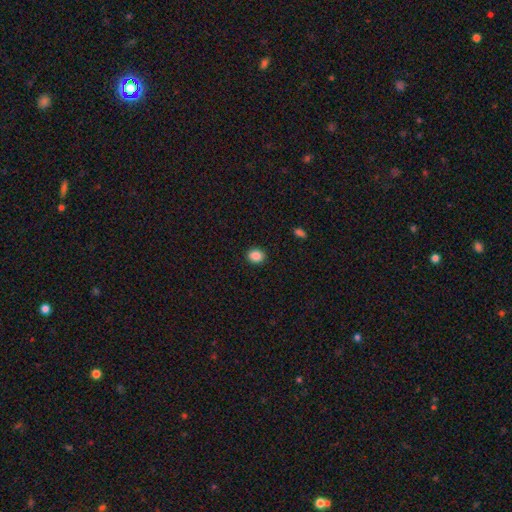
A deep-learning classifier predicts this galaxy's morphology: Q: Smooth or featured?
A: smooth (88%); runner-up: star or artifact (10%)
Q: How rounded?
A: round (66%); runner-up: in between (34%)
Q: Merging?
A: none (91%); runner-up: minor disturbance (6%)